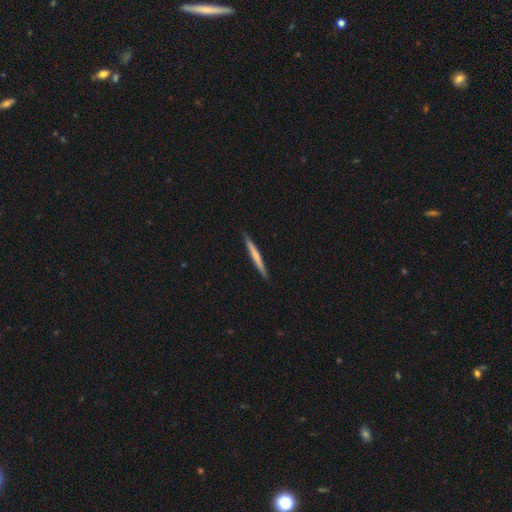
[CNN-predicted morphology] smooth 57%, featured or disk 38%, star or artifact 5%. Down the decision tree: how rounded — cigar-shaped (97%); merging — none (91%).